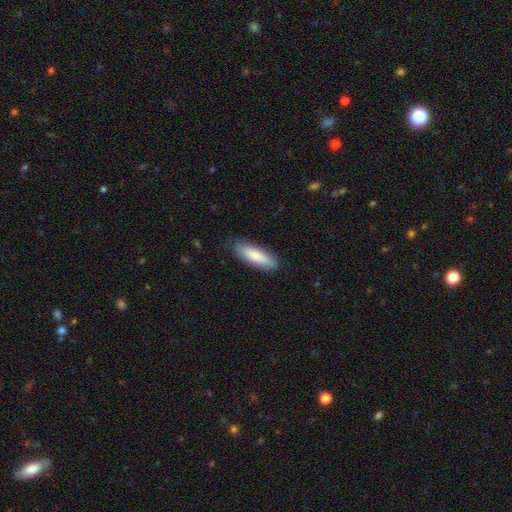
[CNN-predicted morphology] Smooth or featured?
  - smooth: 83% *
  - featured or disk: 12%
  - star or artifact: 5%
How rounded?
  - cigar-shaped: 51% *
  - in between: 47%
  - round: 2%
Merging?
  - none: 82% *
  - minor disturbance: 14%
  - major disturbance: 3%
  - merger: 1%